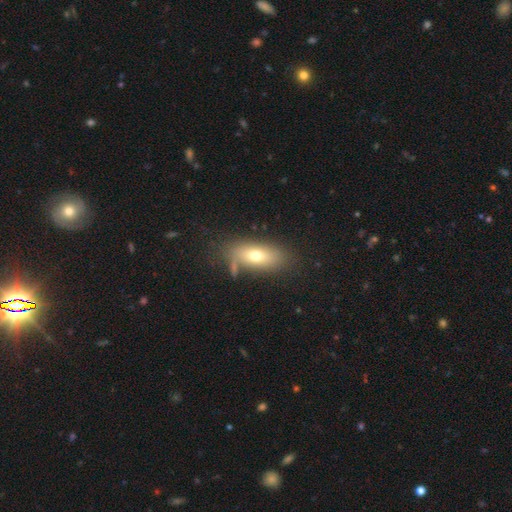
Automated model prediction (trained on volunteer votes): Smooth or featured: smooth — 67% (featured or disk — 23%)
How rounded: in between — 81% (cigar-shaped — 13%)
Merging: none — 67% (minor disturbance — 17%)